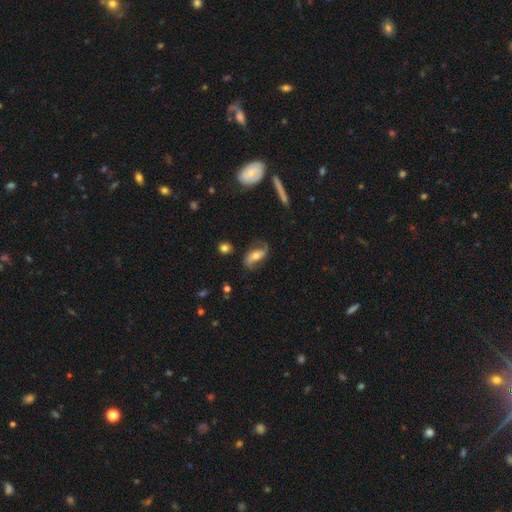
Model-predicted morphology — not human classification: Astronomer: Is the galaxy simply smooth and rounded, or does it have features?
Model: featured or disk — 66%.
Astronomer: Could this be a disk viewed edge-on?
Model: no — 90%.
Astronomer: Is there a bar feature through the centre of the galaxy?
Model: no — 45% (runner-up: weak, 30%).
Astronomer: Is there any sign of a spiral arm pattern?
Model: yes — 88%.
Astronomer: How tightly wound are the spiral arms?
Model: loose — 67%.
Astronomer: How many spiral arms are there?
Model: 2 — 85%.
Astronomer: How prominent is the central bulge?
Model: moderate — 66%.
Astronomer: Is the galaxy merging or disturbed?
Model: none — 65%.